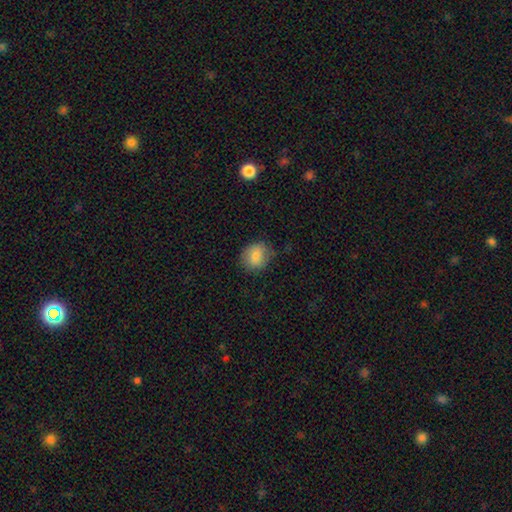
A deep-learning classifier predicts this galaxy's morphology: Smooth or featured? smooth (82%)
How rounded? round (68%)
Merging? none (78%)